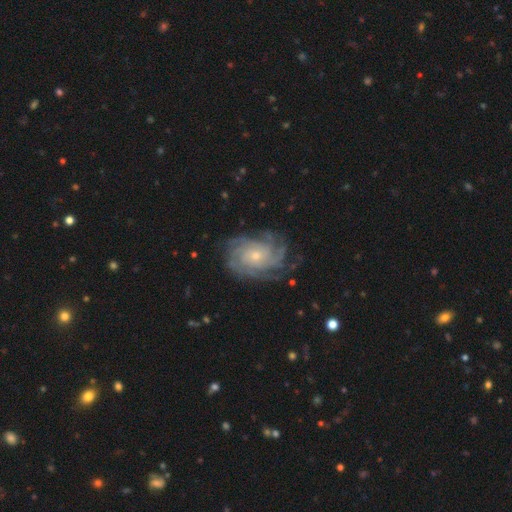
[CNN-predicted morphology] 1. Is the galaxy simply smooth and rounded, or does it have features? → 88% featured or disk, 6% smooth, 6% star or artifact.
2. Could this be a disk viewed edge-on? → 97% no, 3% yes.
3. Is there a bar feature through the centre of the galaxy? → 79% no, 18% weak, 4% strong.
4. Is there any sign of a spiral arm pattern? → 97% yes, 3% no.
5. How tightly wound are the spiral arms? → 70% tight, 24% medium, 6% loose.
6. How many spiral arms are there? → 26% 4, 24% more than 4, 23% can't tell, 11% 3, 8% 2, 7% 1.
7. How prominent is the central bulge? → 69% small, 27% moderate, 2% large, 1% none, 1% dominant.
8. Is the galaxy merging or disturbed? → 76% none, 16% minor disturbance, 7% major disturbance, 1% merger.